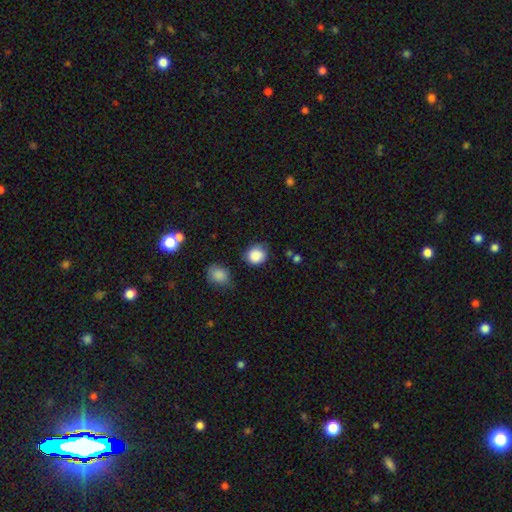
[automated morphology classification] The model was most divided on "merging": none: 68%, minor disturbance: 23%, major disturbance: 5%, merger: 4%. More confident: smooth or featured — smooth (88%); how rounded — round (79%).